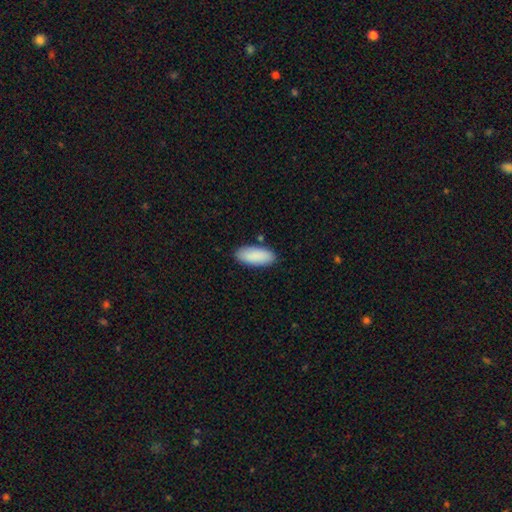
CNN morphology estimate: Smooth or featured? smooth (90%)
How rounded? in between (88%)
Merging? none (85%)